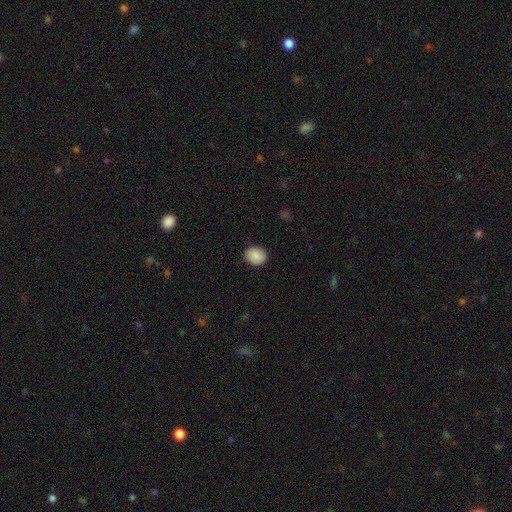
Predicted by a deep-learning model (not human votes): smooth 89%, star or artifact 7%, featured or disk 4%. Down the decision tree: how rounded — round (58%); merging — none (87%).